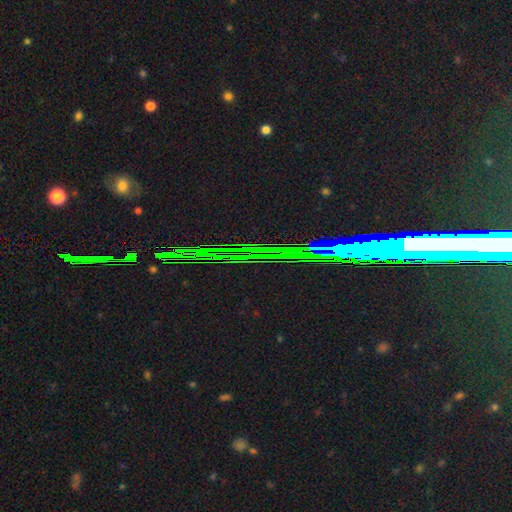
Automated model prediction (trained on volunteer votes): Smooth or featured? star or artifact (74%)